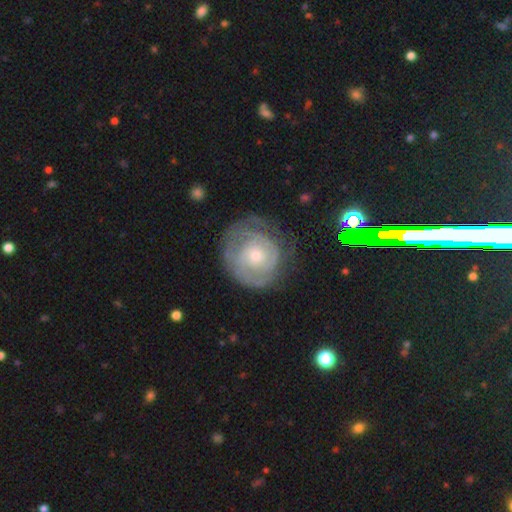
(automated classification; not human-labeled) The model was most divided on "spiral arm count": can't tell: 45%, 2: 27%, 3: 12%, 1: 6%, 4: 5%, more than 4: 4%. More confident: edge-on disk — no (98%); spiral arms — yes (89%); bar — no (78%); smooth or featured — featured or disk (77%); spiral winding — tight (76%); merging — none (70%); bulge size — small (59%).